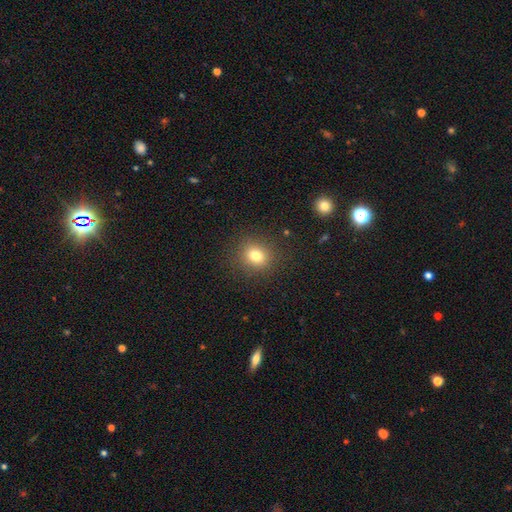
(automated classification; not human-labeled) Q: Smooth or featured?
A: smooth (77%); runner-up: star or artifact (14%)
Q: How rounded?
A: round (79%); runner-up: in between (20%)
Q: Merging?
A: none (88%); runner-up: minor disturbance (8%)